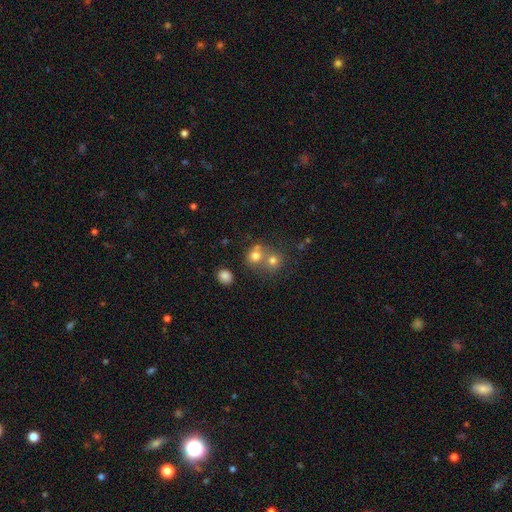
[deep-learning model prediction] Overall: smooth (72%). How rounded: round (80%). Merging: merger (46%; none 43%).